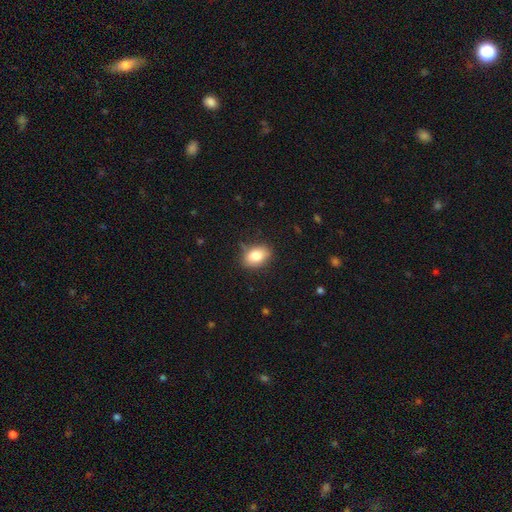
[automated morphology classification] Q: Smooth or featured?
A: smooth (81%); runner-up: featured or disk (10%)
Q: How rounded?
A: in between (82%); runner-up: round (16%)
Q: Merging?
A: none (79%); runner-up: minor disturbance (16%)